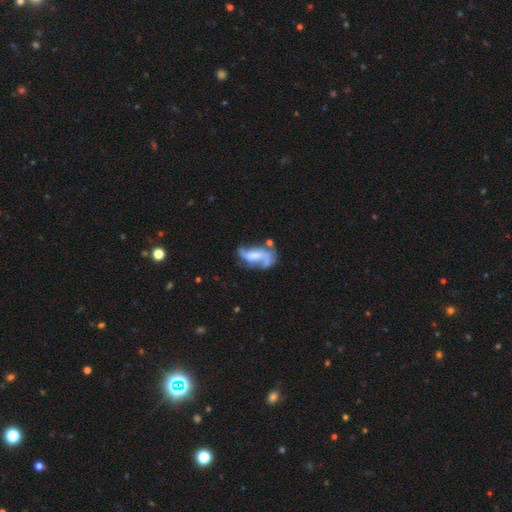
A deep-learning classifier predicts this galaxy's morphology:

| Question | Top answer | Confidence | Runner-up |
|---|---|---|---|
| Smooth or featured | featured or disk | 73% | smooth (20%) |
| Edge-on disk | no | 96% | yes (4%) |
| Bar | no | 41% | weak (39%) |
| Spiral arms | yes | 87% | no (13%) |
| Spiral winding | loose | 59% | medium (31%) |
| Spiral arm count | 2 | 73% | 1 (12%) |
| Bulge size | none | 34% | moderate (27%) |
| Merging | none | 39% | major disturbance (26%) |